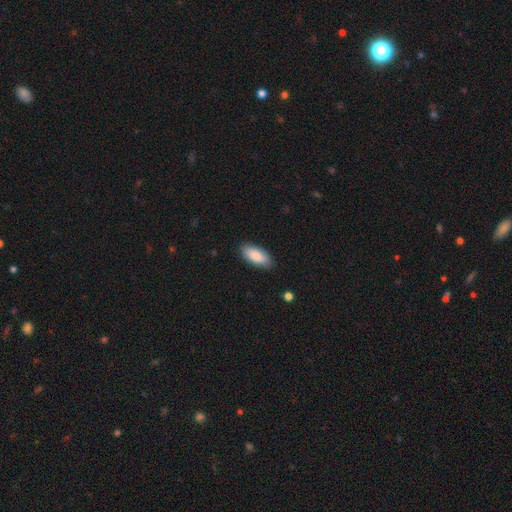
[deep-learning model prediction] Smooth or featured?
  - smooth: 88% *
  - featured or disk: 7%
  - star or artifact: 6%
How rounded?
  - in between: 88% *
  - cigar-shaped: 11%
  - round: 2%
Merging?
  - none: 87% *
  - minor disturbance: 10%
  - major disturbance: 2%
  - merger: 1%